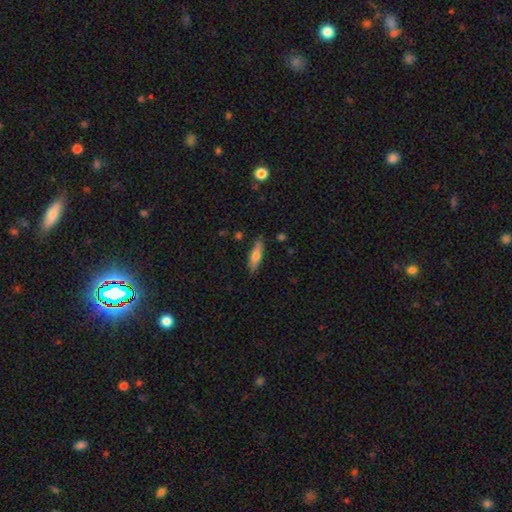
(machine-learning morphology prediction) smooth-or-featured: smooth: 63% | featured or disk: 31% | star or artifact: 6%
  how-rounded: cigar-shaped: 57% | in between: 40% | round: 2%
  merging: none: 84% | minor disturbance: 12% | major disturbance: 2% | merger: 2%